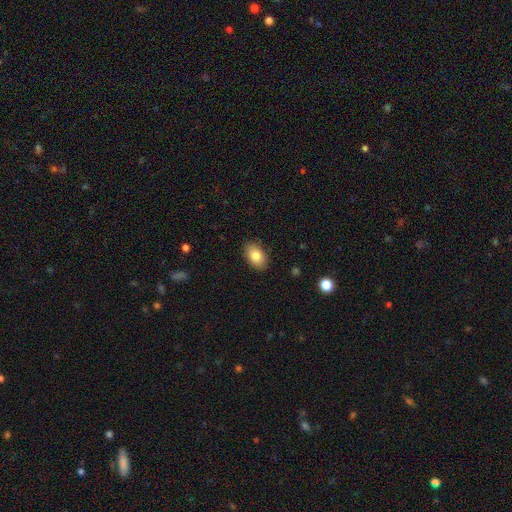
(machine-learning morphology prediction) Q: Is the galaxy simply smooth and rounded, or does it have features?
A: smooth — 83%.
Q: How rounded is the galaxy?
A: in between — 89%.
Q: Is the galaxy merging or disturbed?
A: none — 87%.